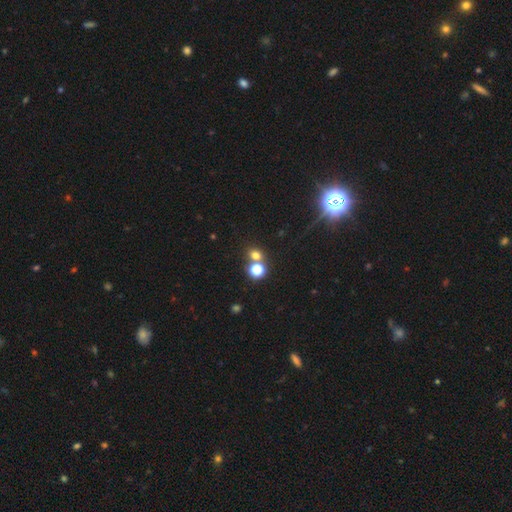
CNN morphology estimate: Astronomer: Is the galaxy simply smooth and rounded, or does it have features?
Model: smooth — 67%.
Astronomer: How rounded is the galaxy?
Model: round — 76%.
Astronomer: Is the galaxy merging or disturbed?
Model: none — 61%.